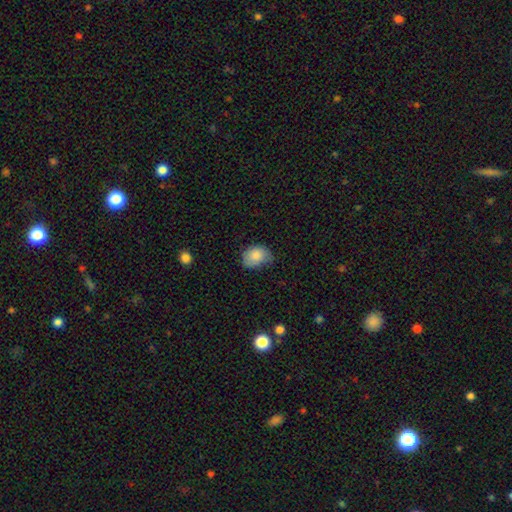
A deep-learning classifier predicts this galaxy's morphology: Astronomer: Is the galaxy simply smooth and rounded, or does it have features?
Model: smooth — 82%.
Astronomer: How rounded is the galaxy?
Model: in between — 61% (runner-up: round, 38%).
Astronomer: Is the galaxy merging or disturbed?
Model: none — 52% (runner-up: minor disturbance, 38%).